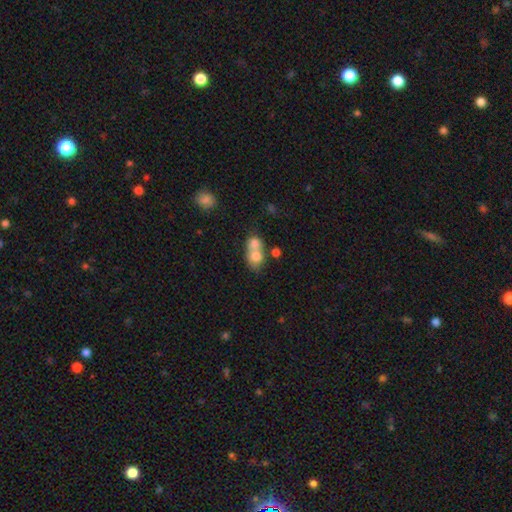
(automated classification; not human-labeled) Smooth or featured? smooth (73%)
How rounded? round (59%)
Merging? merger (68%)